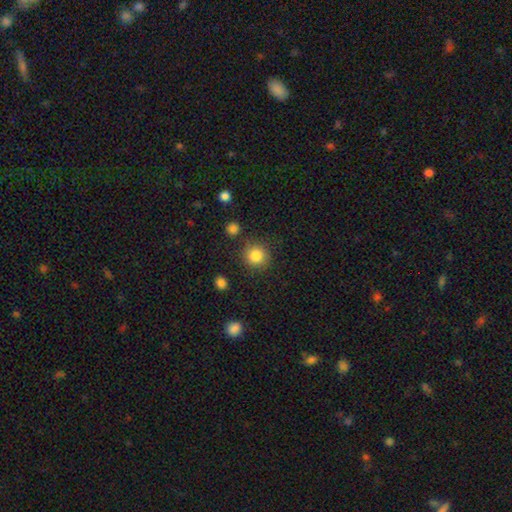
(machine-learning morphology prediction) smooth-or-featured: smooth: 85% | star or artifact: 10% | featured or disk: 5%
  how-rounded: round: 92% | in between: 7% | cigar-shaped: 1%
  merging: none: 85% | minor disturbance: 9% | major disturbance: 3% | merger: 3%